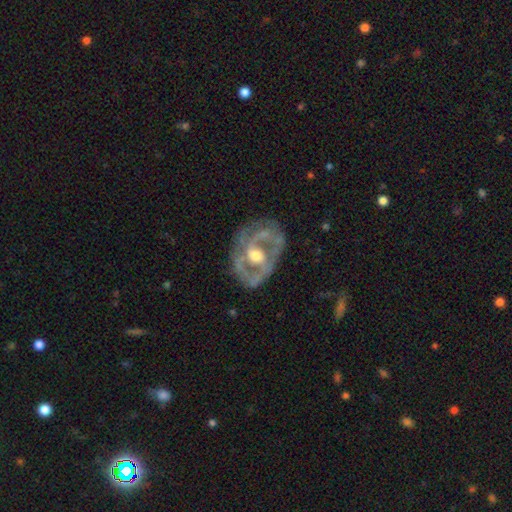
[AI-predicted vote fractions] Overall: featured or disk (83%). Edge-on disk: no (96%). Bar: no (50%; weak 34%). Spiral arms: yes (74%). Spiral arm count: 2 (59%; can't tell 19%). Spiral winding: medium (45%; tight 36%). Bulge size: moderate (71%). Merging: none (61%; minor disturbance 22%).